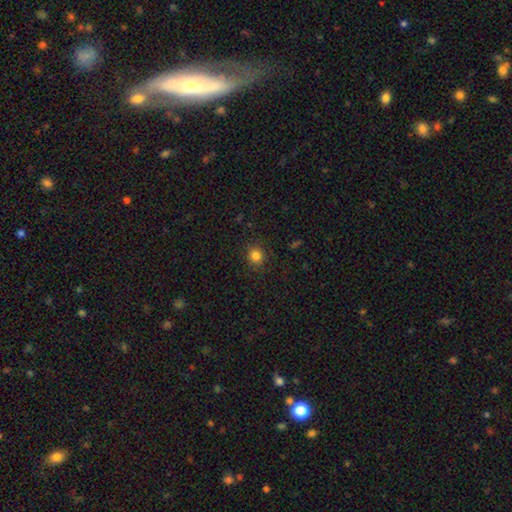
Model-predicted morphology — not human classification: This is clearly a smooth galaxy (83%). How rounded: clearly round (88%). Merging: clearly none (89%).